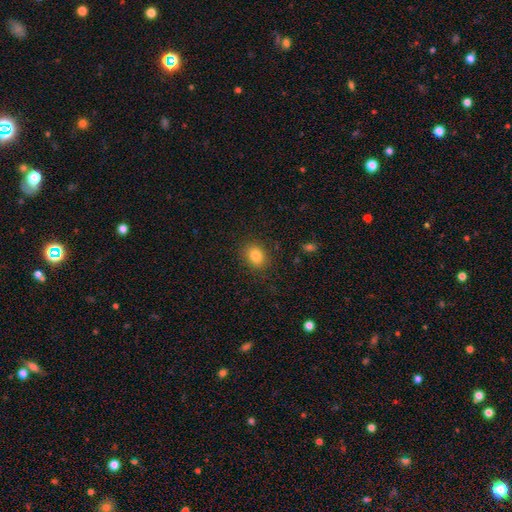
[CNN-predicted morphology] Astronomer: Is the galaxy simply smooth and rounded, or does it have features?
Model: smooth — 83%.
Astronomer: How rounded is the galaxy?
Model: round — 53% (runner-up: in between, 46%).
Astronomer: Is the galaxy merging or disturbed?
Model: none — 87%.